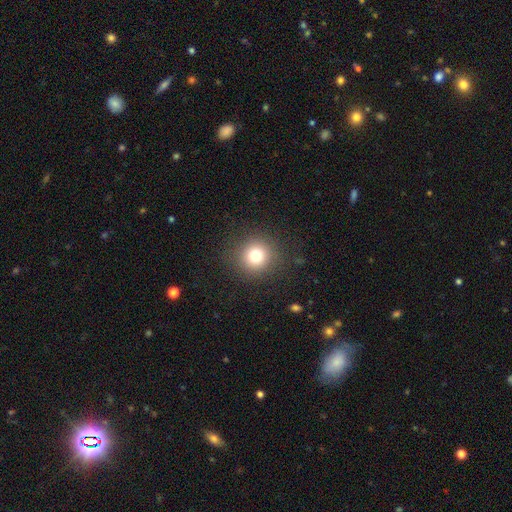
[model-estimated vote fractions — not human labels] The model was most divided on "smooth or featured": smooth: 78%, star or artifact: 14%, featured or disk: 8%. More confident: how rounded — round (92%); merging — none (88%).